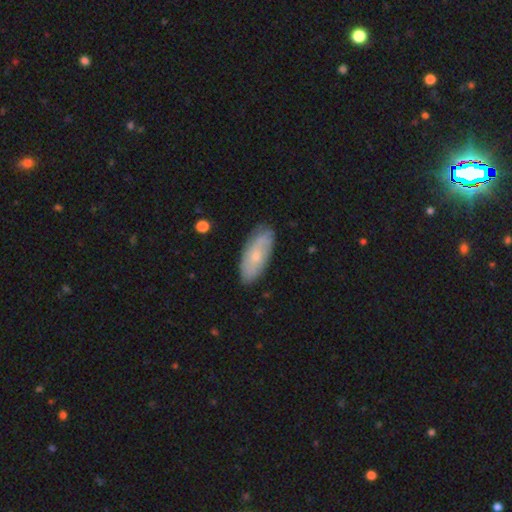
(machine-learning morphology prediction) smooth_or_featured: smooth (p=0.54) [alt: featured or disk p=0.40]
how_rounded: in between (p=0.82) [alt: cigar-shaped p=0.15]
merging: none (p=0.79) [alt: minor disturbance p=0.17]